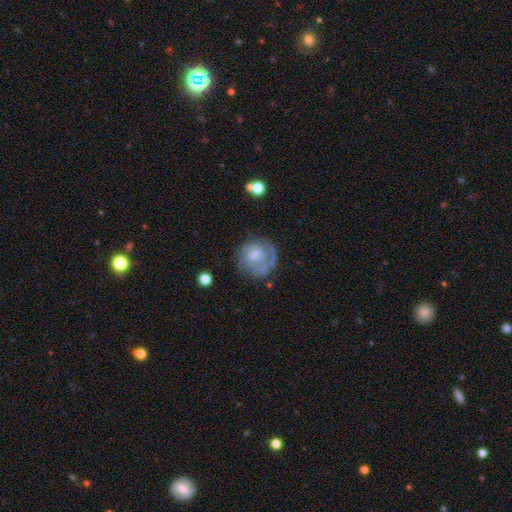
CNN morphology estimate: This is possibly a featured or disk galaxy (59%). It is clearly not viewed edge-on (98%). Bar: likely no (60%). Spiral arm pattern: likely yes (70%). Central bulge: marginally moderate (34%). Merging: possibly none (59%).